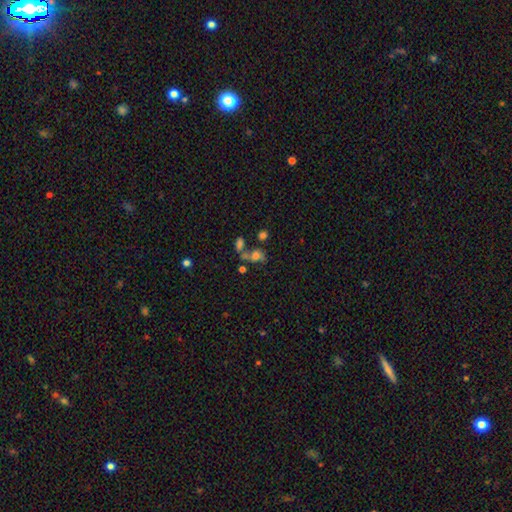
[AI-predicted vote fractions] A smooth galaxy with no disk features (51%) that is in between round and cigar-shaped (60%). Merging: none (35%).